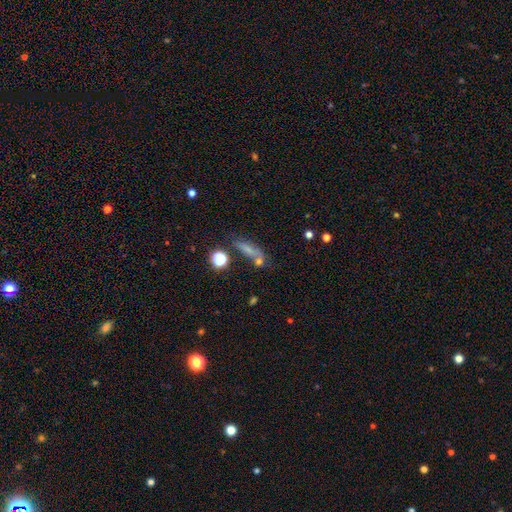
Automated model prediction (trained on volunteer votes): smooth_or_featured: smooth (p=0.53) [alt: featured or disk p=0.25]
how_rounded: cigar-shaped (p=0.55) [alt: in between p=0.32]
merging: none (p=0.57) [alt: minor disturbance p=0.17]